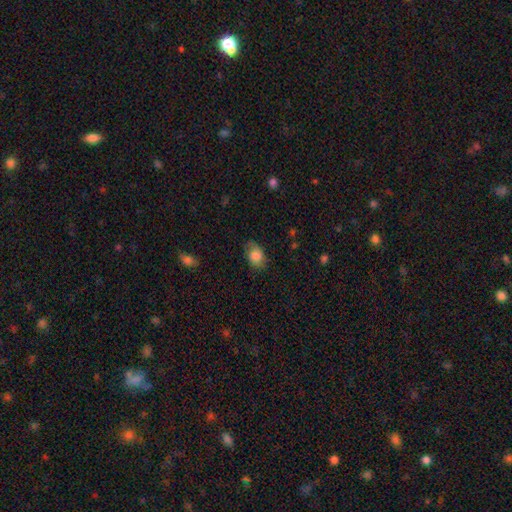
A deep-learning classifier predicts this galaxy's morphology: smooth_or_featured: smooth (p=0.77) [alt: featured or disk p=0.15]
how_rounded: in between (p=0.77) [alt: round p=0.22]
merging: none (p=0.69) [alt: minor disturbance p=0.23]